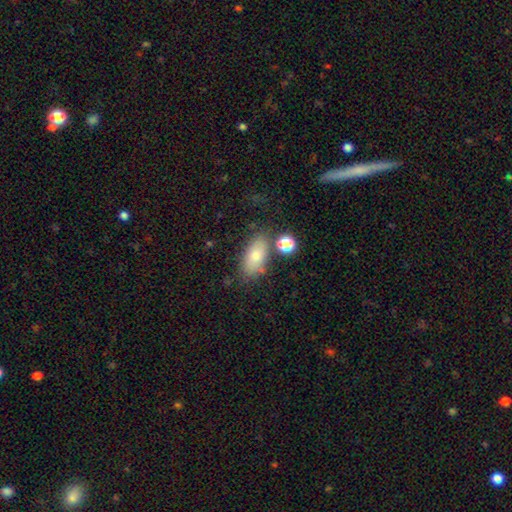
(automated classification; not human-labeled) A smooth galaxy with no disk features (76%) that is in between round and cigar-shaped (87%).

Vote fractions:
- Smooth or featured? smooth: 76% / featured or disk: 15% / star or artifact: 9%
- How rounded? in between: 87% / cigar-shaped: 7% / round: 6%
- Merging? none: 70% / minor disturbance: 16% / merger: 8% / major disturbance: 6%